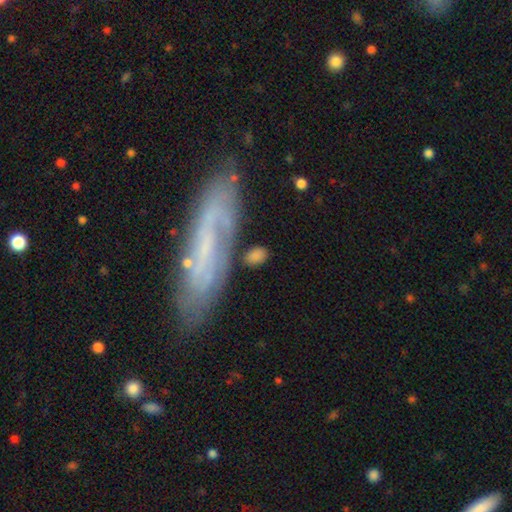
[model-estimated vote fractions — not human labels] Morphology: type=smooth (78%); roundness=in between (79%); merging=none (77%).